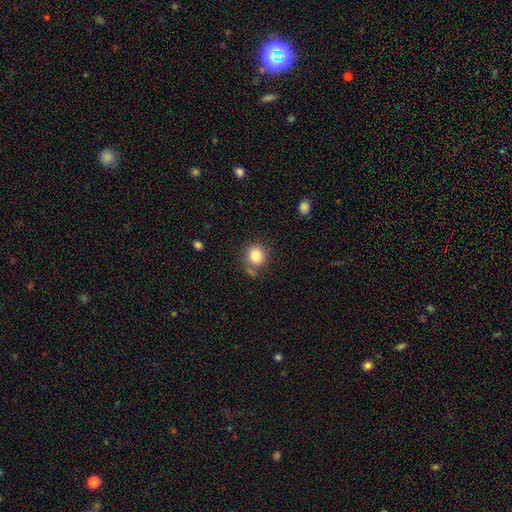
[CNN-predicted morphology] Q: Smooth or featured?
A: smooth (83%); runner-up: star or artifact (10%)
Q: How rounded?
A: round (82%); runner-up: in between (17%)
Q: Merging?
A: none (72%); runner-up: minor disturbance (14%)